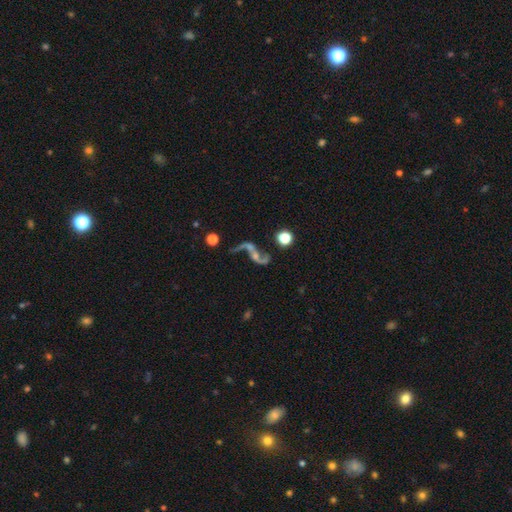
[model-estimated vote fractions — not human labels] Morphology: type=featured or disk (82%); edge-on=no (94%); bar=no (58%); spiral arms=yes (91%); winding=loose (90%); arm count=2 (89%); bulge=small (45%); merging=none (47%).